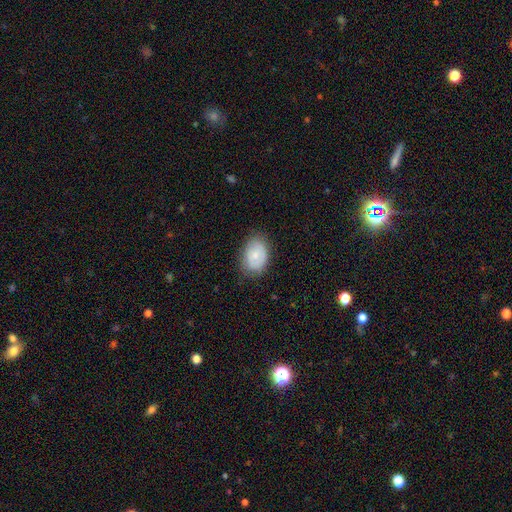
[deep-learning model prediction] This appears to be a smooth galaxy with no disk features (72%) that is in between round and cigar-shaped (79%). Merging: none (78%).